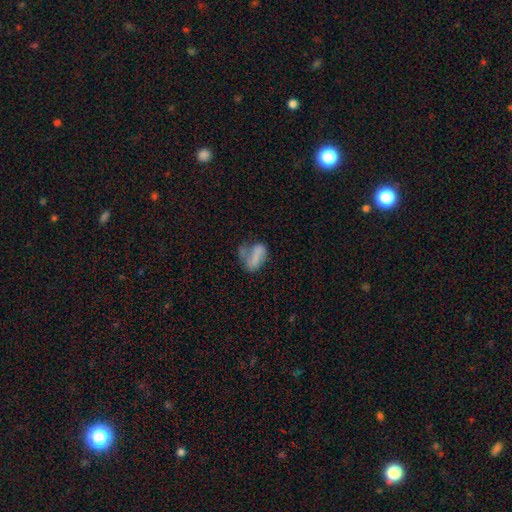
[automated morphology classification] Smooth or featured? smooth (58%)
How rounded? in between (85%)
Merging? major disturbance (37%)